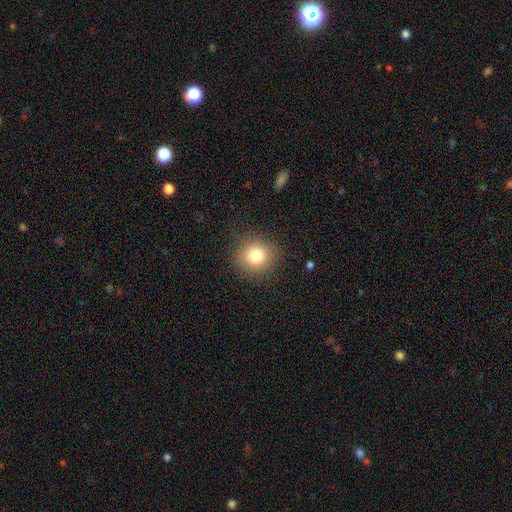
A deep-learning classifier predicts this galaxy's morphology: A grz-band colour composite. It shows a smooth galaxy with no disk features (80%) that is round (88%). Merging: none (86%).